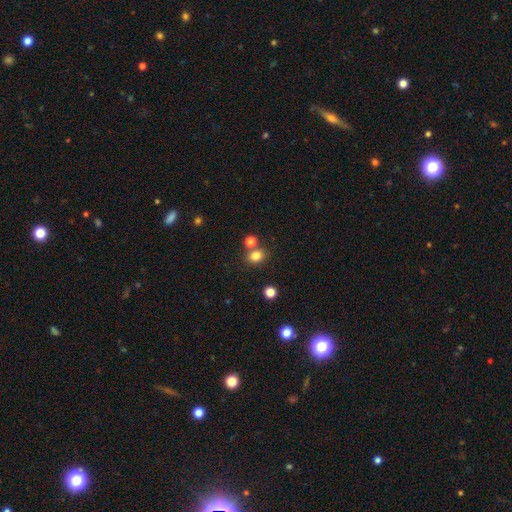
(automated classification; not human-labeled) A smooth galaxy with no disk features (81%) that is round (58%).

Vote fractions:
- Smooth or featured? smooth: 81% / star or artifact: 14% / featured or disk: 6%
- How rounded? round: 58% / in between: 41% / cigar-shaped: 1%
- Merging? none: 68% / merger: 19% / minor disturbance: 10% / major disturbance: 3%